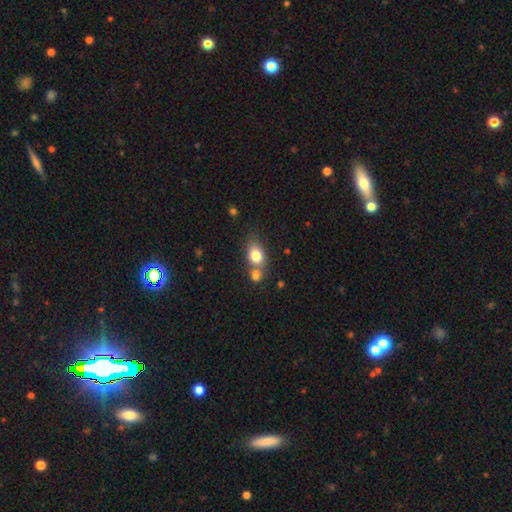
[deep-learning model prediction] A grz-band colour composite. It shows a smooth galaxy with no disk features (79%) that is in between round and cigar-shaped (66%). Merging: none (47%).